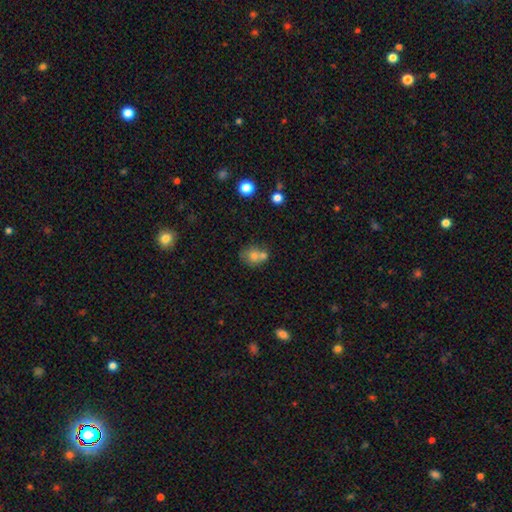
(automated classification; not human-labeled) Smooth or featured: smooth — 71% (featured or disk — 18%)
How rounded: round — 69% (in between — 30%)
Merging: merger — 45% (none — 39%)